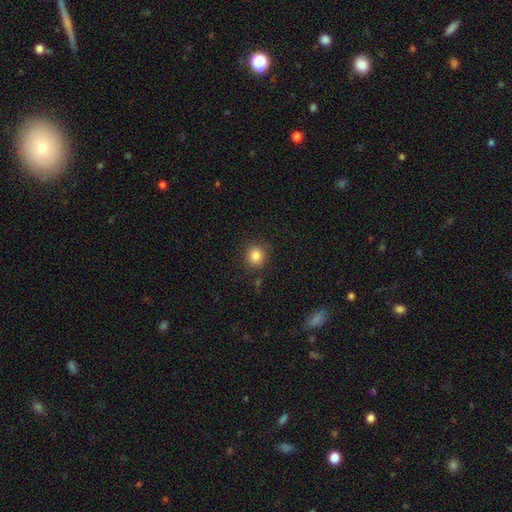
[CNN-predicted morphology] A smooth galaxy with no disk features (84%) that is round (92%). Merging: none (88%).